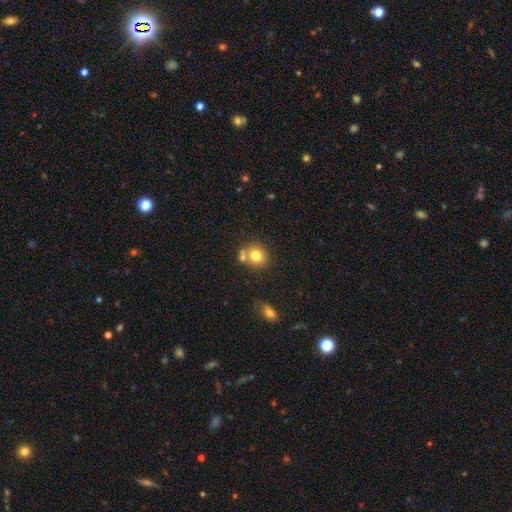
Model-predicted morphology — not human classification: A smooth galaxy with no disk features (77%) that is round (78%). Merging: none (57%).